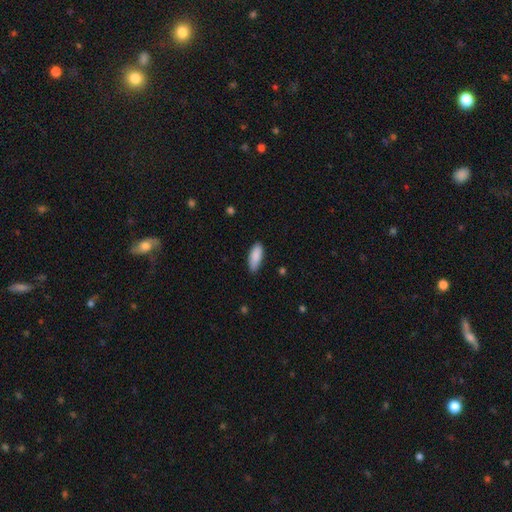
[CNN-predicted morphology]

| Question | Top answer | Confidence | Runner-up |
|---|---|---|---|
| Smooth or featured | smooth | 89% | star or artifact (6%) |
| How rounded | in between | 77% | cigar-shaped (22%) |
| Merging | none | 80% | minor disturbance (17%) |